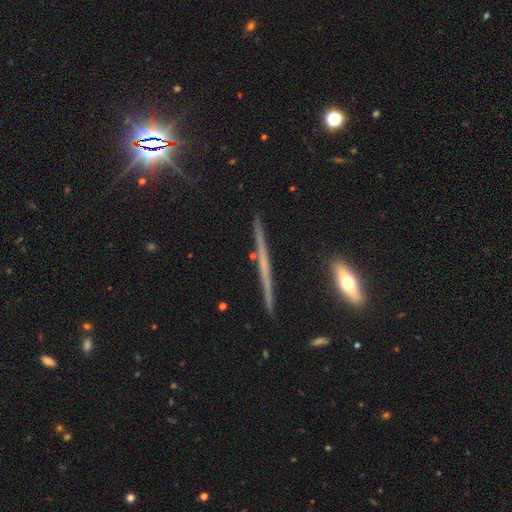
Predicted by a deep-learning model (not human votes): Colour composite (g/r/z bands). It shows a featured or disk galaxy (67%) viewed edge-on (97%) with no central bulge (80%). Merging: none (89%).